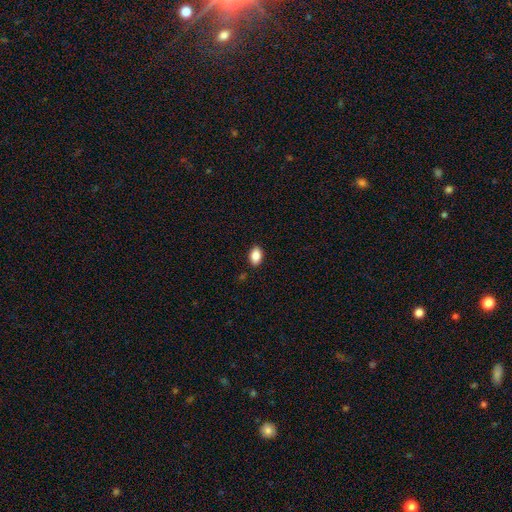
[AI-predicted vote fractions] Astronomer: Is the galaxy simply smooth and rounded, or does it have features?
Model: smooth — 87%.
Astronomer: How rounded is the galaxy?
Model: in between — 89%.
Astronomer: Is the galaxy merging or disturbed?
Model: none — 88%.